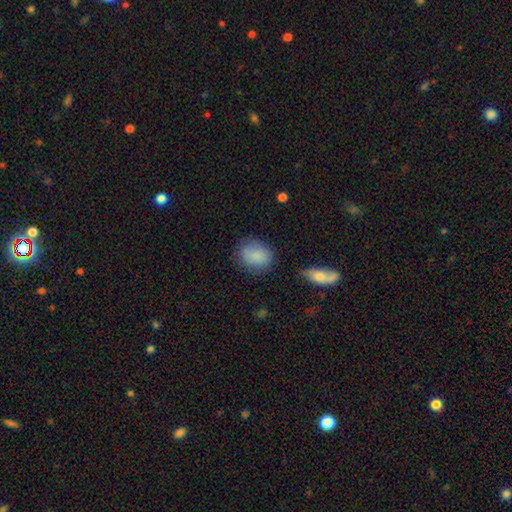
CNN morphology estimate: smooth-or-featured: smooth: 84% | featured or disk: 8% | star or artifact: 8%
  how-rounded: round: 50% | in between: 49% | cigar-shaped: 1%
  merging: none: 70% | minor disturbance: 20% | major disturbance: 6% | merger: 4%